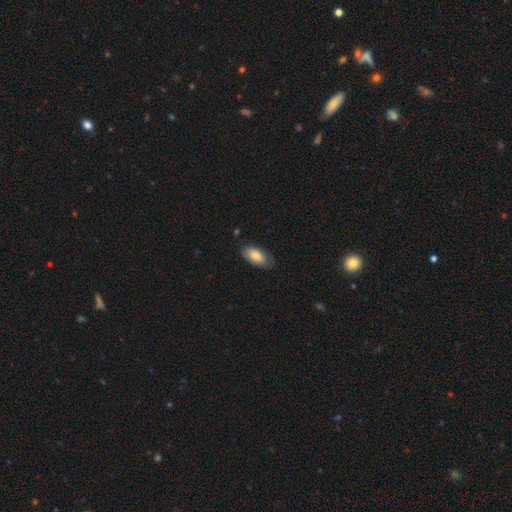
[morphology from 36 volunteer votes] smooth_or_featured: smooth (p=0.89) [alt: featured or disk p=0.06]
how_rounded: in between (p=0.88) [alt: cigar-shaped p=0.12]
merging: none (p=0.76) [alt: minor disturbance p=0.21]